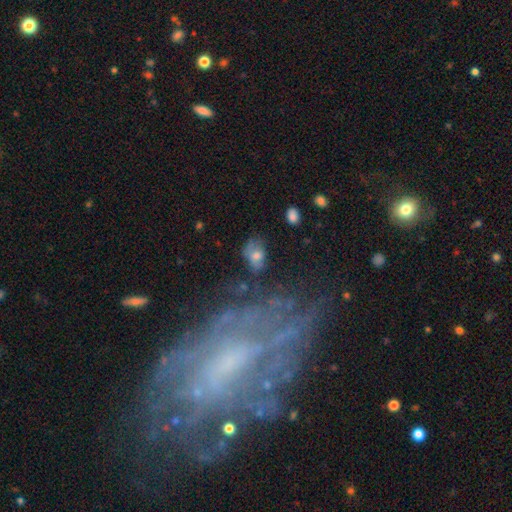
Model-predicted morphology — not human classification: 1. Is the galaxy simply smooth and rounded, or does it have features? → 58% smooth, 30% featured or disk, 12% star or artifact.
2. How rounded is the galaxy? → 72% in between, 26% round, 2% cigar-shaped.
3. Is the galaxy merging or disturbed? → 43% none, 27% minor disturbance, 22% major disturbance, 8% merger.